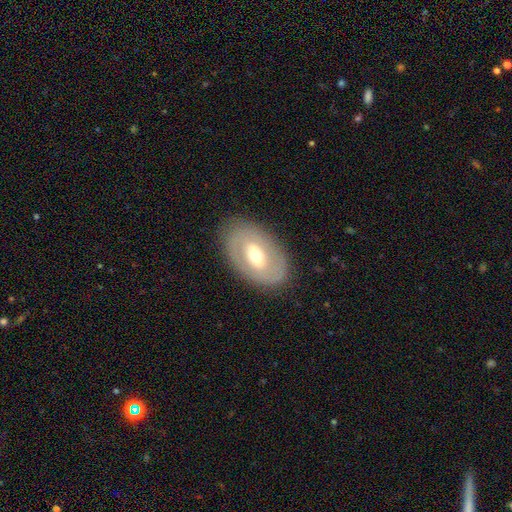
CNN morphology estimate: A featured or disk galaxy (57%) with no bar (48%), no spiral arms (70%) and a moderate central bulge (62%). Merging: none (82%).